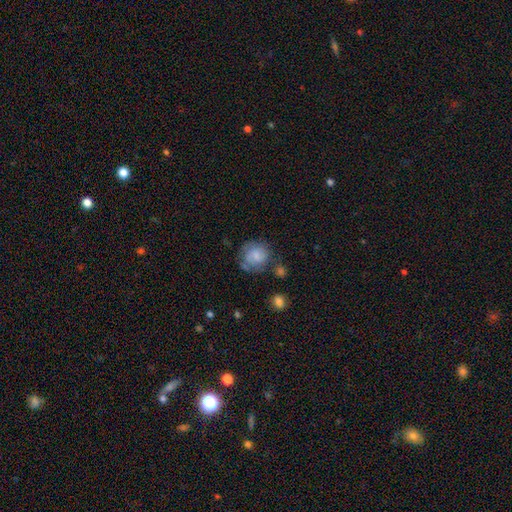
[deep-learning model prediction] The model was most divided on "merging": none: 53%, minor disturbance: 24%, major disturbance: 14%, merger: 9%. More confident: how rounded — round (78%); smooth or featured — smooth (68%).